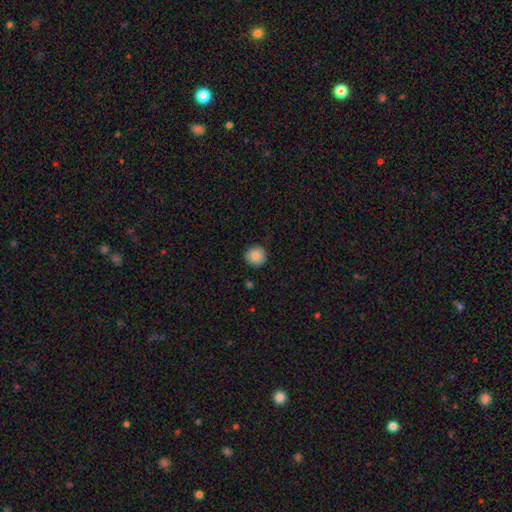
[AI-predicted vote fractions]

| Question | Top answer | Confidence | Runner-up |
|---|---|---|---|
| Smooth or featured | smooth | 88% | star or artifact (8%) |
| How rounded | round | 95% | in between (4%) |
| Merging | none | 90% | minor disturbance (7%) |